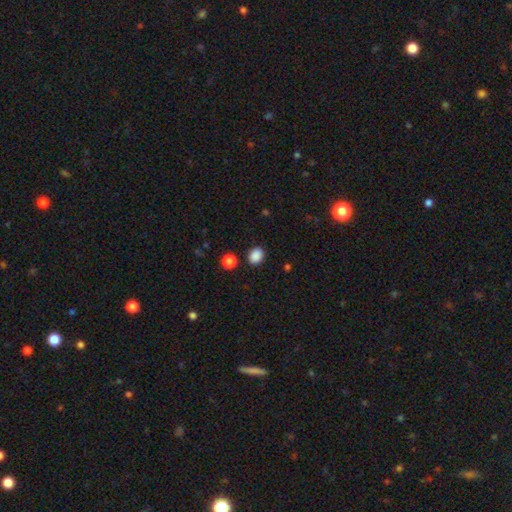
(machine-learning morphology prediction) Smooth or featured: smooth — 87% (star or artifact — 10%)
How rounded: in between — 52% (round — 47%)
Merging: none — 87% (minor disturbance — 8%)